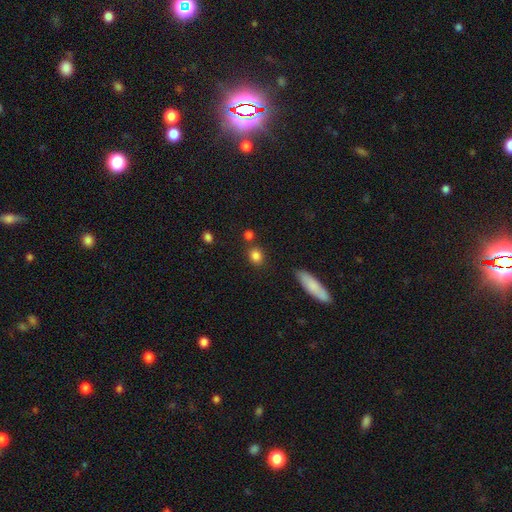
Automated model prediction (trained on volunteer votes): smooth_or_featured: smooth (p=0.83) [alt: star or artifact p=0.11]
how_rounded: round (p=0.66) [alt: in between p=0.32]
merging: none (p=0.76) [alt: merger p=0.11]